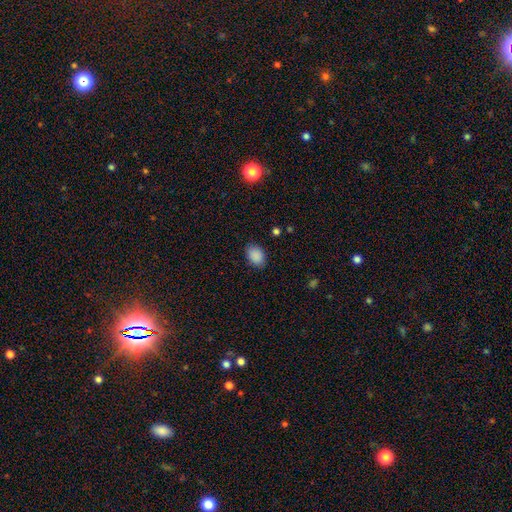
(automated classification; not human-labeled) Smooth or featured? smooth (89%)
How rounded? in between (79%)
Merging? none (85%)